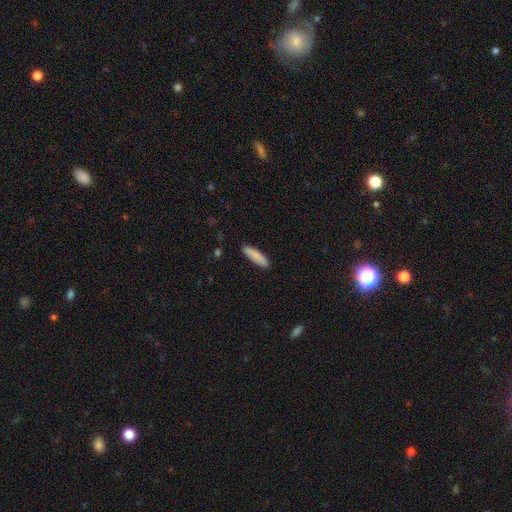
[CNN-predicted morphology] Smooth or featured? smooth (87%)
How rounded? cigar-shaped (72%)
Merging? none (89%)